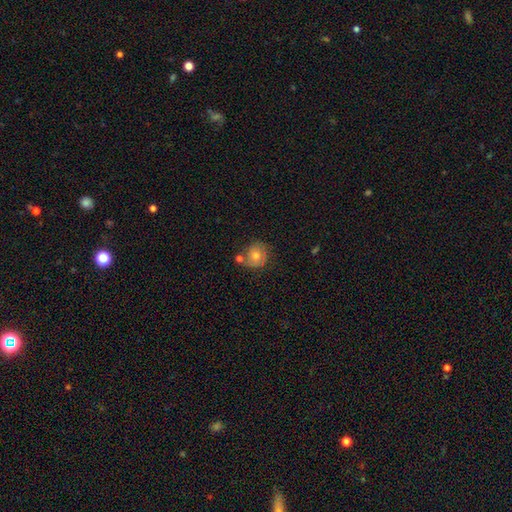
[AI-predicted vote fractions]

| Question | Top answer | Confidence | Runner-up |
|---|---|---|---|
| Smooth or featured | smooth | 60% | featured or disk (30%) |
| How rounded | round | 85% | in between (14%) |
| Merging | none | 66% | minor disturbance (16%) |